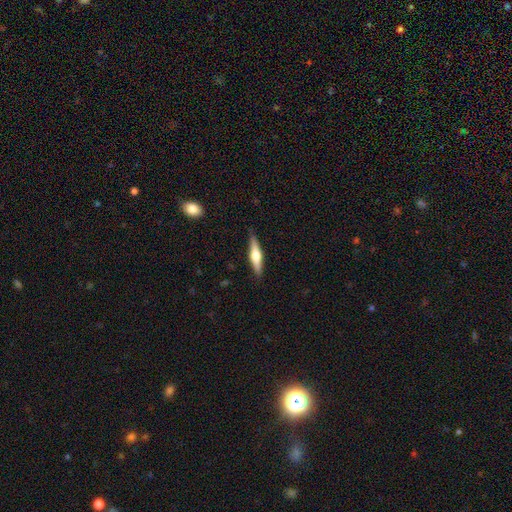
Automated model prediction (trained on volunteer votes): Morphology: type=featured or disk (61%); edge-on=yes (97%); edge-on bulge=rounded (92%); merging=none (87%).